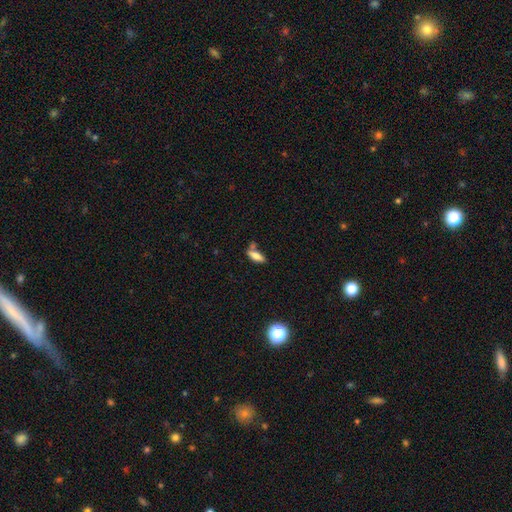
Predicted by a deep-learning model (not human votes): Smooth or featured? smooth (74%)
How rounded? in between (63%)
Merging? none (49%)